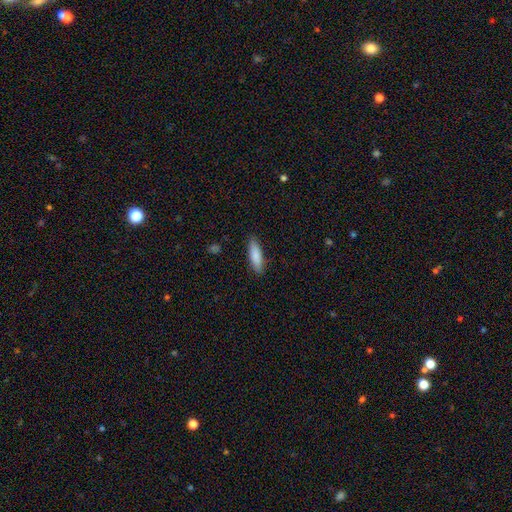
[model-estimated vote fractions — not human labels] This is clearly a smooth galaxy (85%). How rounded: likely cigar-shaped (62%). Merging: clearly none (88%).